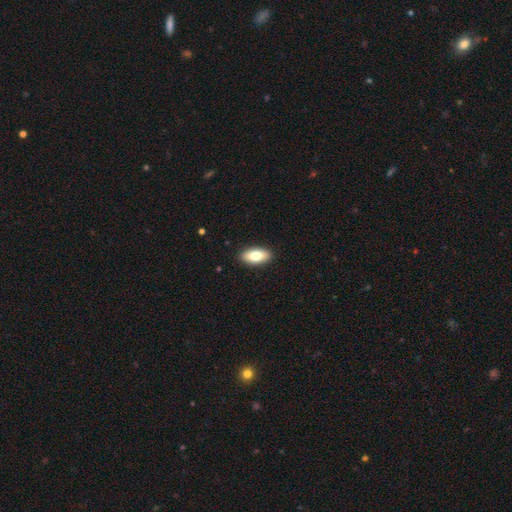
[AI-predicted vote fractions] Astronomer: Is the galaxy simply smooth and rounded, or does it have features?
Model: smooth — 79%.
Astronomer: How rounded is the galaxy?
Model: in between — 89%.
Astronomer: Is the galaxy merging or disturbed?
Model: none — 90%.